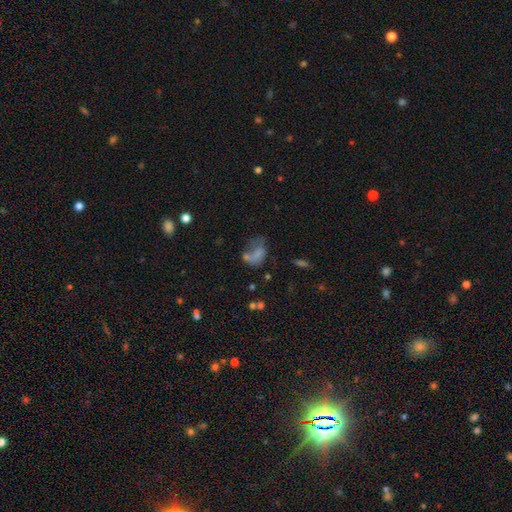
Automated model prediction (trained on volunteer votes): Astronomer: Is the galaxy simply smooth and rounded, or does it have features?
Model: smooth — 51% (runner-up: featured or disk, 28%).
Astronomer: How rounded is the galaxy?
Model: in between — 76%.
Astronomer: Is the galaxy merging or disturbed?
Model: none — 32%, tied with major disturbance at 32%.